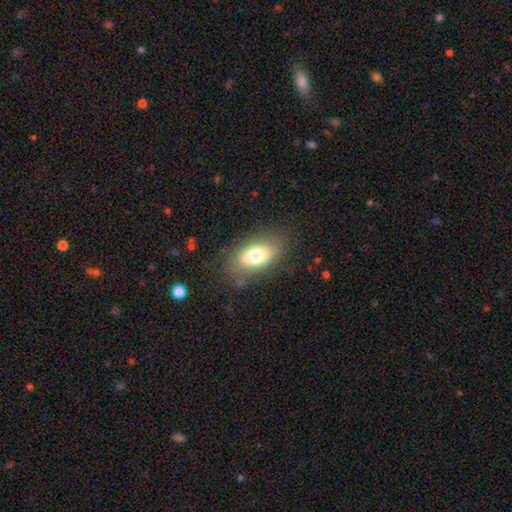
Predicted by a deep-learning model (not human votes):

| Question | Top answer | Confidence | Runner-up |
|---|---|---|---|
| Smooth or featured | smooth | 70% | featured or disk (21%) |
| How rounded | in between | 90% | round (8%) |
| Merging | none | 77% | minor disturbance (15%) |